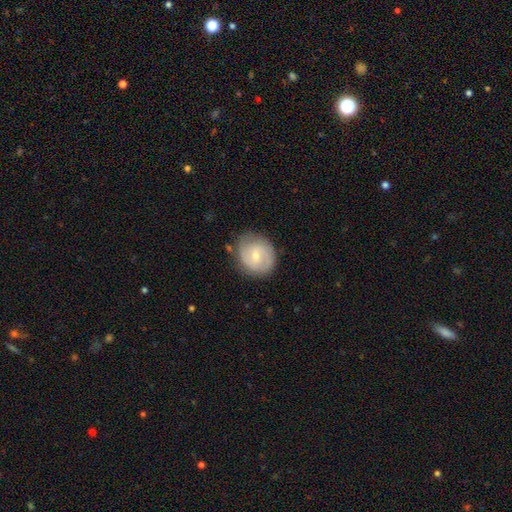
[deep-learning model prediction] A featured or disk galaxy (53%) with a weak bar (51%), spiral arms (79%) and a small central bulge (52%). Merging: none (75%).